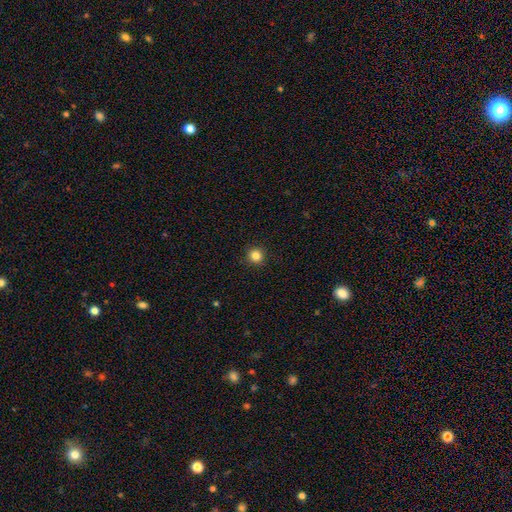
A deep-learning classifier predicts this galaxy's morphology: The model was most divided on "smooth or featured": smooth: 84%, star or artifact: 12%, featured or disk: 4%. More confident: how rounded — round (95%); merging — none (92%).